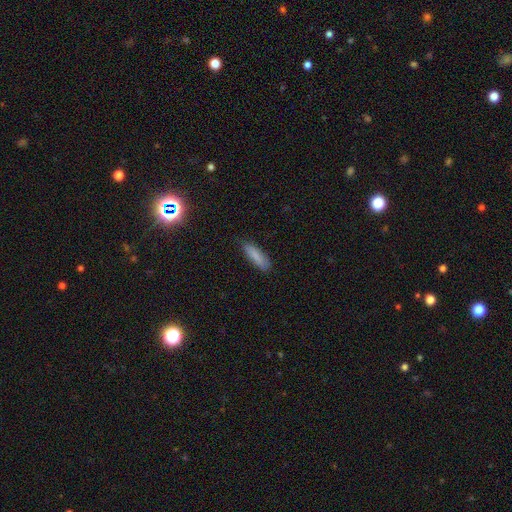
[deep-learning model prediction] smooth 82%, featured or disk 10%, star or artifact 8%. Down the decision tree: how rounded — cigar-shaped (55%); merging — none (74%).